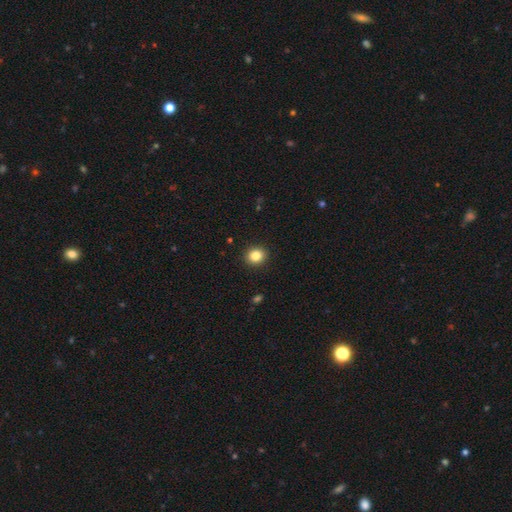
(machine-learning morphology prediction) type=smooth (85%); roundness=round (79%); merging=none (92%).